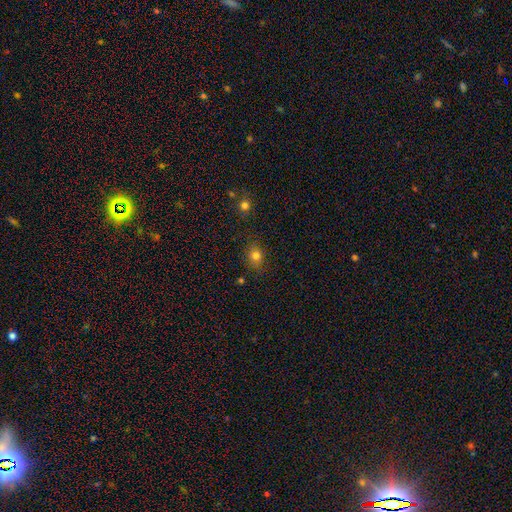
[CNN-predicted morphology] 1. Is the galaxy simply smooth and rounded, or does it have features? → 78% smooth, 14% star or artifact, 8% featured or disk.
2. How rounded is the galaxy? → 62% round, 37% in between, 1% cigar-shaped.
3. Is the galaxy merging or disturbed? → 80% none, 14% minor disturbance, 4% major disturbance, 2% merger.